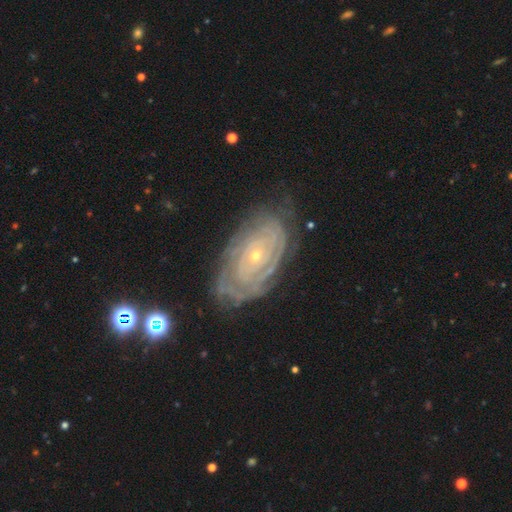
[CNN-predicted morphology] The model was most divided on "spiral arm count": can't tell: 40%, 2: 17%, 4: 14%, 3: 13%, more than 4: 11%, 1: 6%. More confident: edge-on disk — no (95%); spiral arms — yes (94%); smooth or featured — featured or disk (86%); spiral winding — tight (85%); bar — no (79%); bulge size — small (75%); merging — none (71%).